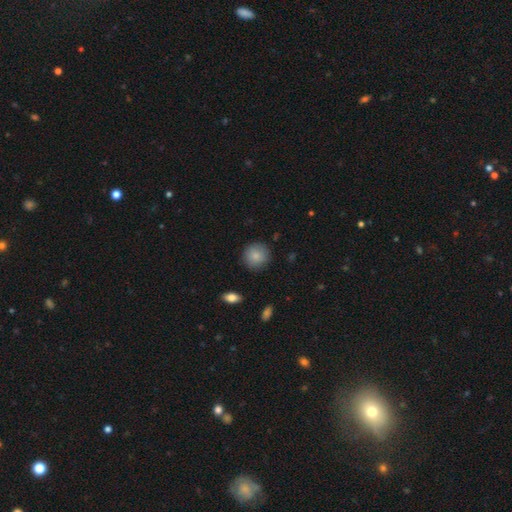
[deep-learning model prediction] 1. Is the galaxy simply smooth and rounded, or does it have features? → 85% smooth, 8% featured or disk, 7% star or artifact.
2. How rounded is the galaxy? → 92% round, 7% in between, 1% cigar-shaped.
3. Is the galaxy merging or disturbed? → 88% none, 9% minor disturbance, 2% major disturbance, 1% merger.